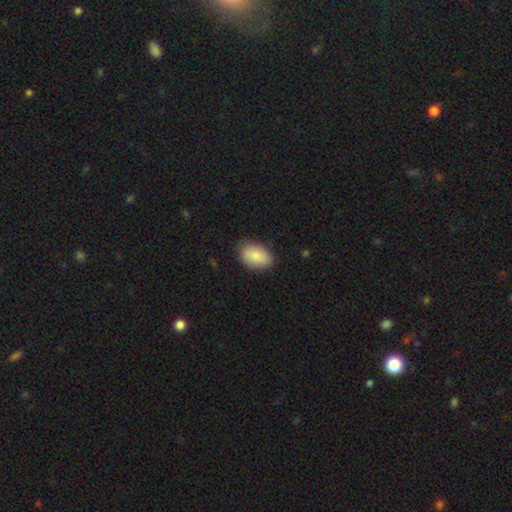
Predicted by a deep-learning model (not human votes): A smooth galaxy with no disk features (84%) that is in between round and cigar-shaped (88%). Merging: none (78%).